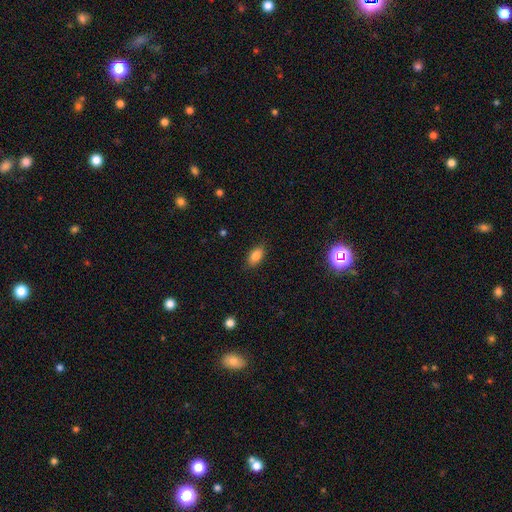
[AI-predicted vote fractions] This is clearly a smooth galaxy (85%). How rounded: clearly in between (89%). Merging: clearly none (86%).